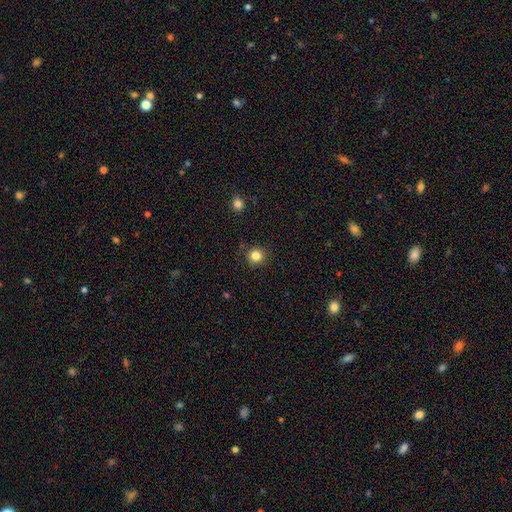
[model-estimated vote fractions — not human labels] smooth-or-featured: smooth: 83% | star or artifact: 12% | featured or disk: 5%
  how-rounded: round: 93% | in between: 6% | cigar-shaped: 1%
  merging: none: 89% | minor disturbance: 7% | major disturbance: 2% | merger: 2%